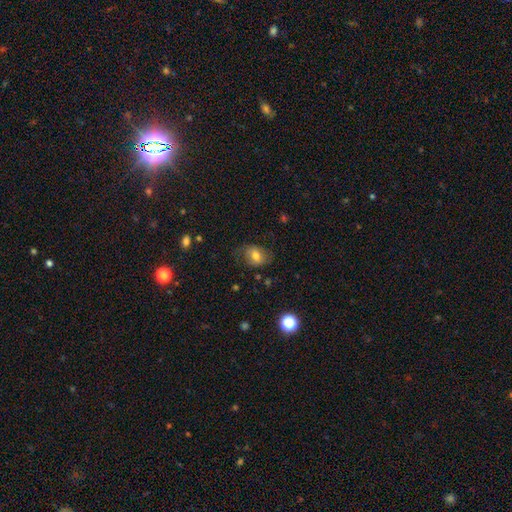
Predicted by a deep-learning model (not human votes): Q: Smooth or featured?
A: smooth (66%); runner-up: featured or disk (24%)
Q: How rounded?
A: in between (67%); runner-up: round (31%)
Q: Merging?
A: none (67%); runner-up: minor disturbance (22%)